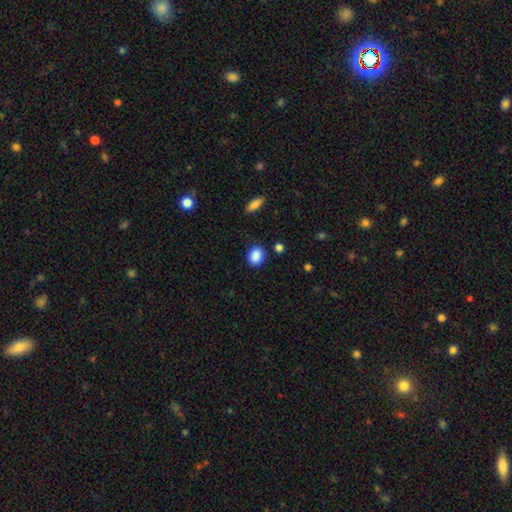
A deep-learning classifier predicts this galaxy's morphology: Q: Smooth or featured?
A: smooth (88%); runner-up: star or artifact (8%)
Q: How rounded?
A: in between (51%); runner-up: round (47%)
Q: Merging?
A: none (82%); runner-up: minor disturbance (12%)